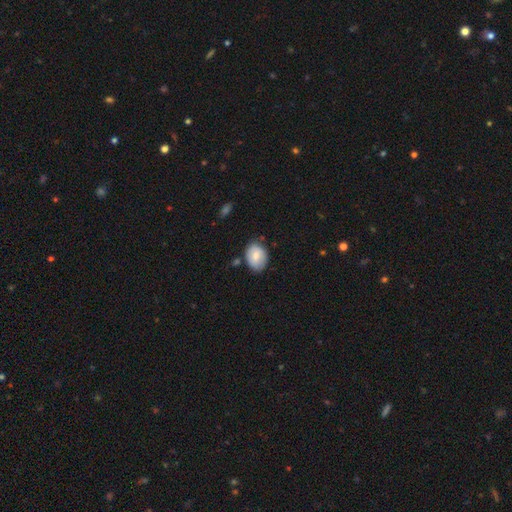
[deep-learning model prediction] A smooth galaxy with no disk features (75%) that is in between round and cigar-shaped (70%).

Vote fractions:
- Smooth or featured? smooth: 75% / featured or disk: 18% / star or artifact: 7%
- How rounded? in between: 70% / round: 29% / cigar-shaped: 1%
- Merging? none: 72% / minor disturbance: 21% / merger: 4% / major disturbance: 4%